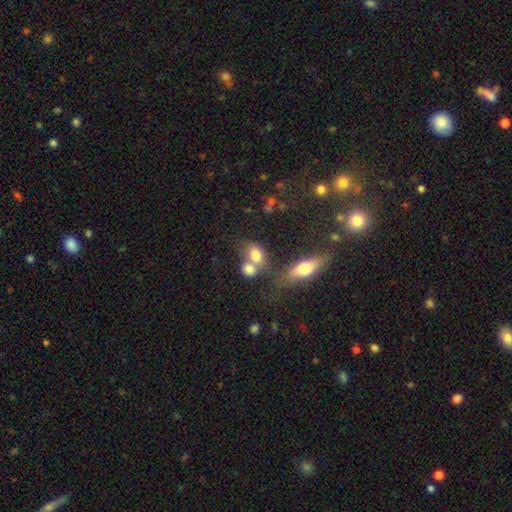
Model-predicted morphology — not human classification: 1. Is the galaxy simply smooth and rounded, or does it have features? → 75% smooth, 14% featured or disk, 11% star or artifact.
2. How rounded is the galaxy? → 65% in between, 32% round, 3% cigar-shaped.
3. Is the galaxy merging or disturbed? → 51% merger, 34% none, 10% minor disturbance, 6% major disturbance.